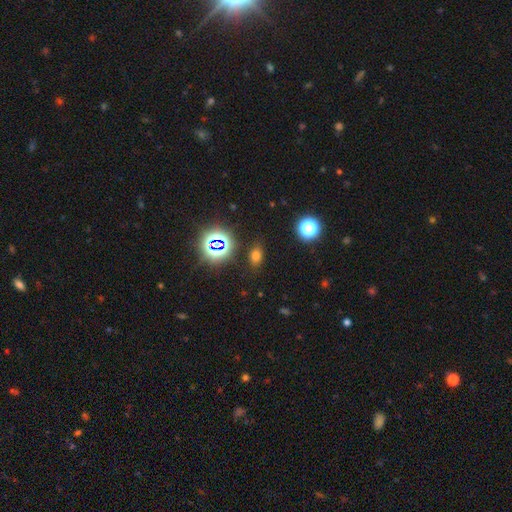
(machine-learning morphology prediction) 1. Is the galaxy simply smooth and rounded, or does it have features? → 65% smooth, 27% star or artifact, 8% featured or disk.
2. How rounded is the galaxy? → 75% in between, 23% round, 3% cigar-shaped.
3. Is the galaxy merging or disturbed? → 84% none, 10% minor disturbance, 3% major disturbance, 2% merger.